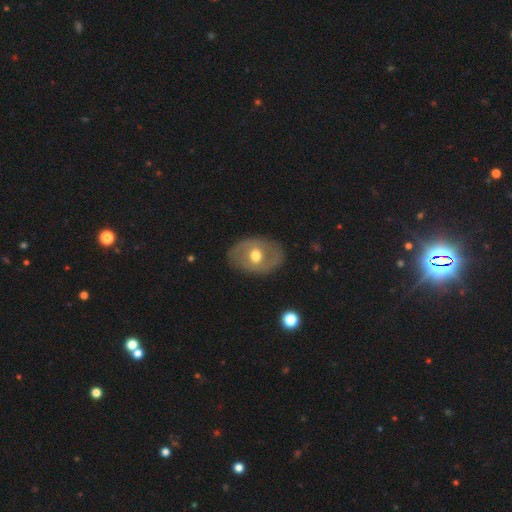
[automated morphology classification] smooth-or-featured: featured or disk: 55% | smooth: 39% | star or artifact: 6%
  disk-edge-on: no: 93% | yes: 7%
    bar: no: 70% | weak: 23% | strong: 7%
    has-spiral-arms: no: 72% | yes: 28%
    bulge-size: moderate: 76% | large: 13% | small: 9% | dominant: 1% | none: 1%
  merging: none: 81% | minor disturbance: 13% | major disturbance: 4% | merger: 1%